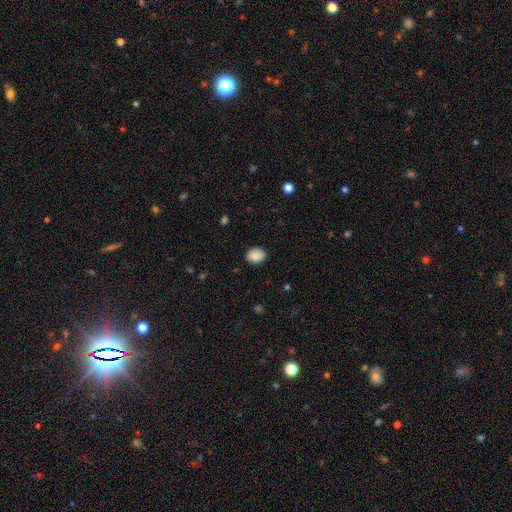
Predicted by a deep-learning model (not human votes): Smooth or featured: smooth — 88% (star or artifact — 8%)
How rounded: in between — 54% (round — 45%)
Merging: none — 86% (minor disturbance — 10%)